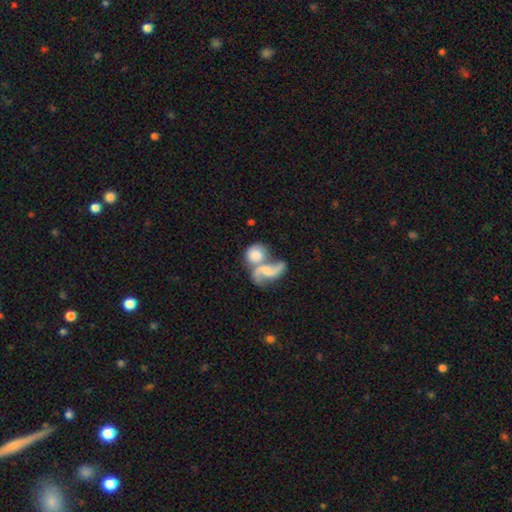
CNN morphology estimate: This is possibly a featured or disk galaxy (52%). It is clearly not viewed edge-on (96%). Merging: likely merger (62%).